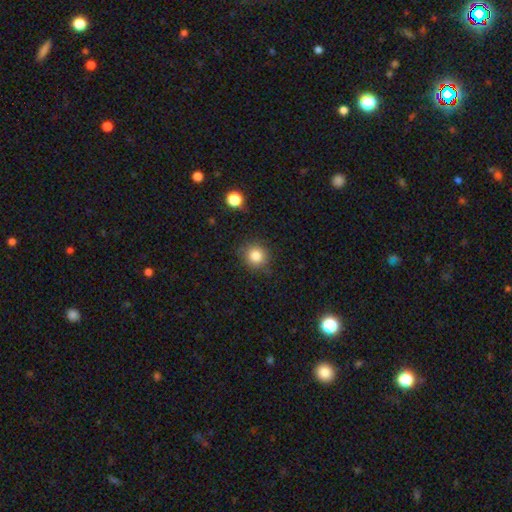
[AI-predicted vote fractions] Smooth or featured? Predicted: smooth (p=0.82). How rounded? Predicted: round (p=0.87). Merging? Predicted: none (p=0.84).